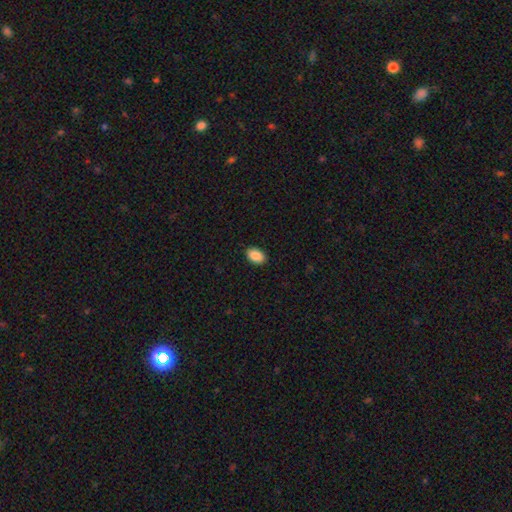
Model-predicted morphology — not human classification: A smooth galaxy with no disk features (89%) that is in between round and cigar-shaped (89%). Merging: none (90%).